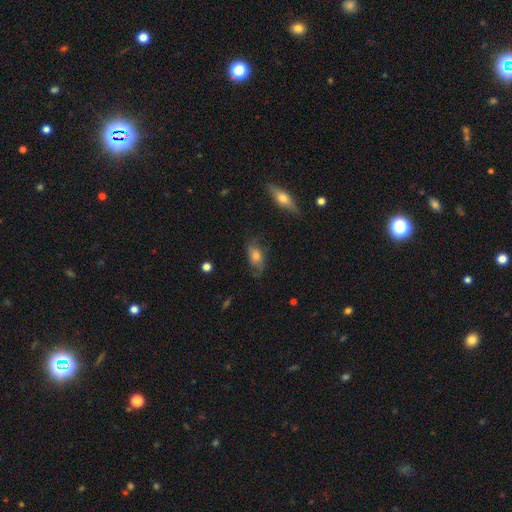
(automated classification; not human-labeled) smooth_or_featured: featured or disk (p=0.48) [alt: smooth p=0.42]
merging: none (p=0.63) [alt: minor disturbance p=0.24]